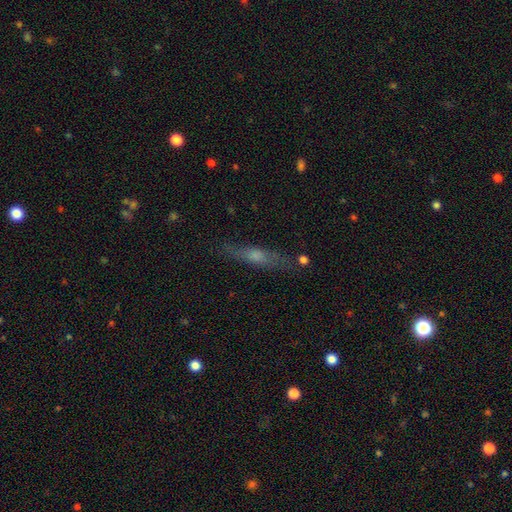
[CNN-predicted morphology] This appears to be a featured or disk galaxy (55%) viewed edge-on (86%). Merging: none (81%).